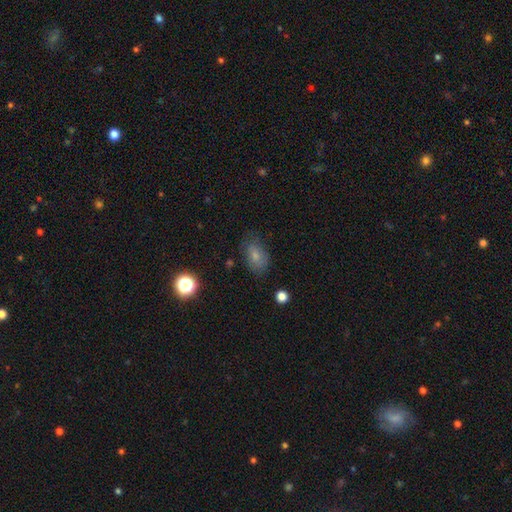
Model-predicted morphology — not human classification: Q: Smooth or featured?
A: smooth (73%); runner-up: featured or disk (15%)
Q: How rounded?
A: in between (85%); runner-up: round (13%)
Q: Merging?
A: none (70%); runner-up: minor disturbance (21%)